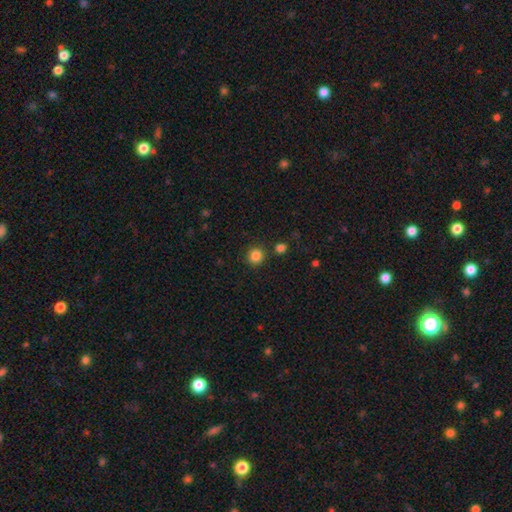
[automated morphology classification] Smooth or featured? Predicted: smooth (p=0.85). How rounded? Predicted: round (p=0.91). Merging? Predicted: none (p=0.86).